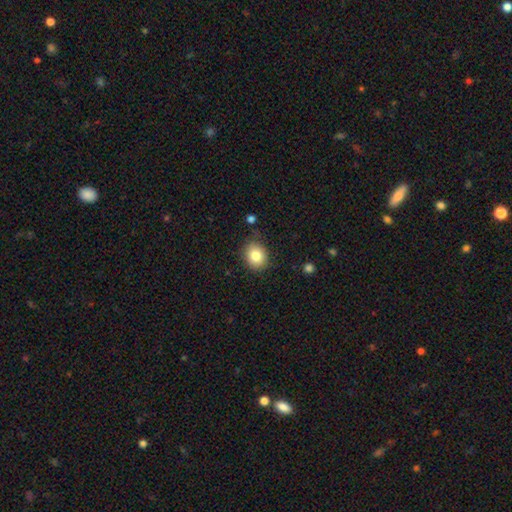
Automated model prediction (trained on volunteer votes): Smooth or featured: smooth — 82% (star or artifact — 10%)
How rounded: round — 68% (in between — 31%)
Merging: none — 83% (minor disturbance — 12%)